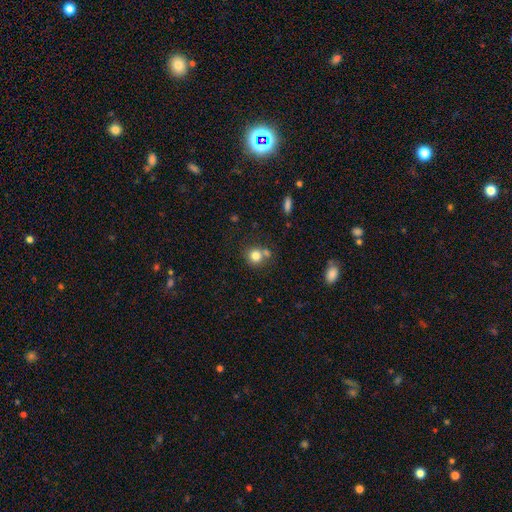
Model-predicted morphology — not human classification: Q: Smooth or featured?
A: smooth (80%); runner-up: star or artifact (11%)
Q: How rounded?
A: round (85%); runner-up: in between (14%)
Q: Merging?
A: none (56%); runner-up: merger (29%)